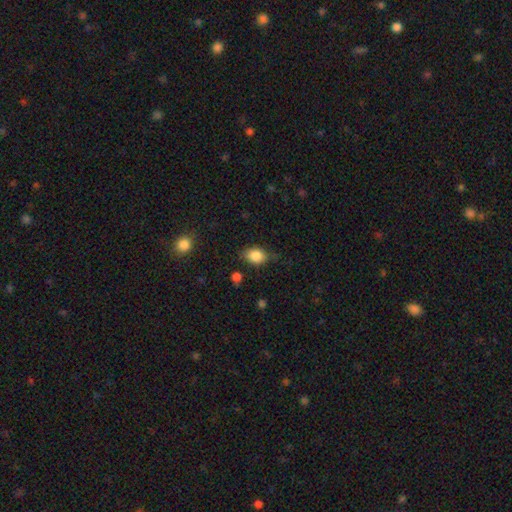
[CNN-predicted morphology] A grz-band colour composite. It shows a smooth galaxy with no disk features (85%) that is in between round and cigar-shaped (76%). Merging: none (69%).